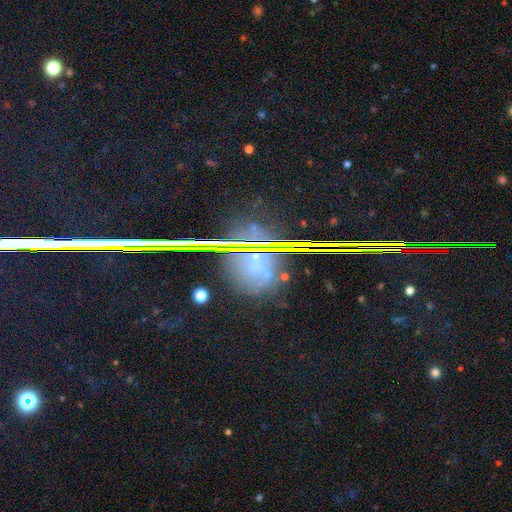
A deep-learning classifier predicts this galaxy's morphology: Smooth or featured? Predicted: star or artifact (p=0.59).